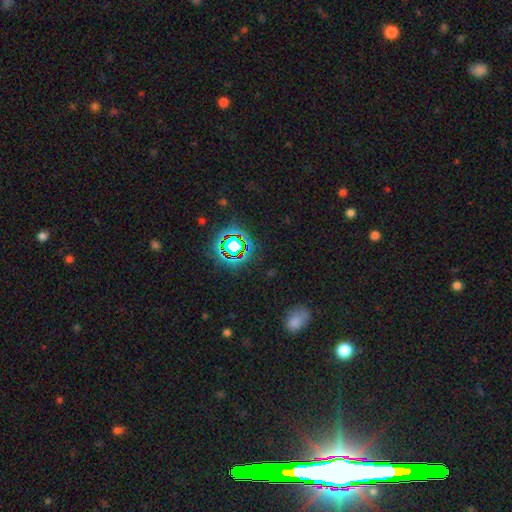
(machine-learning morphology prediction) Q: Smooth or featured?
A: star or artifact (71%); runner-up: smooth (17%)